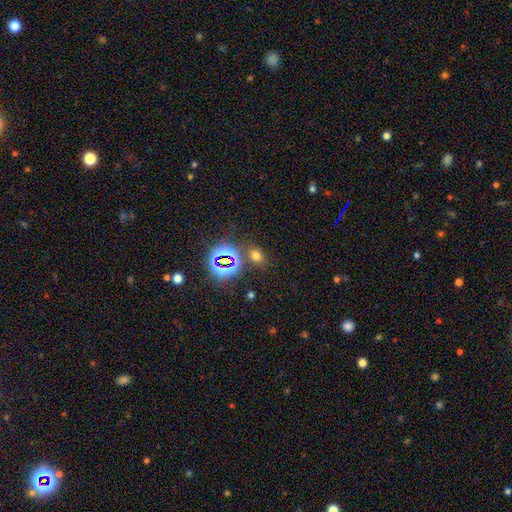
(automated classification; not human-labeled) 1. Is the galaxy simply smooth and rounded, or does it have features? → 59% smooth, 34% star or artifact, 7% featured or disk.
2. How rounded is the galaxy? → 50% in between, 49% round, 2% cigar-shaped.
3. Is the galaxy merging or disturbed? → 77% none, 11% minor disturbance, 8% merger, 4% major disturbance.